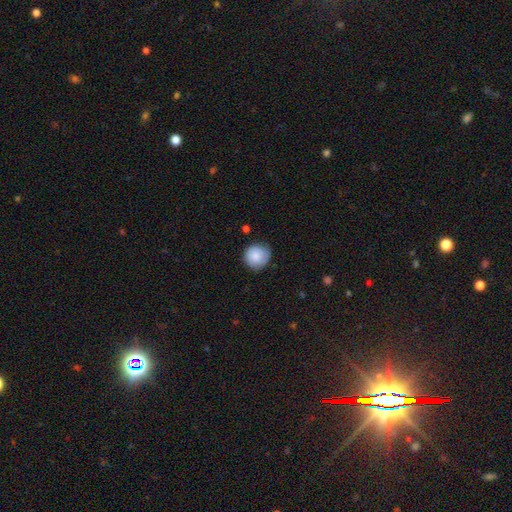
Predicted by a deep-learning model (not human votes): Smooth or featured? smooth (81%)
How rounded? round (92%)
Merging? none (78%)